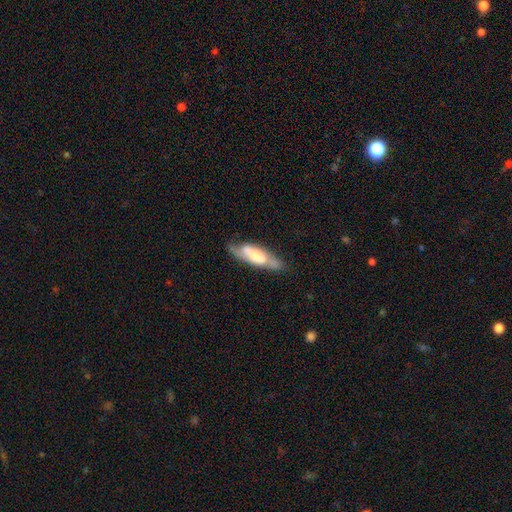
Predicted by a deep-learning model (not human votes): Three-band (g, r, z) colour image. It shows a featured or disk galaxy (48%). Merging: none (58%).